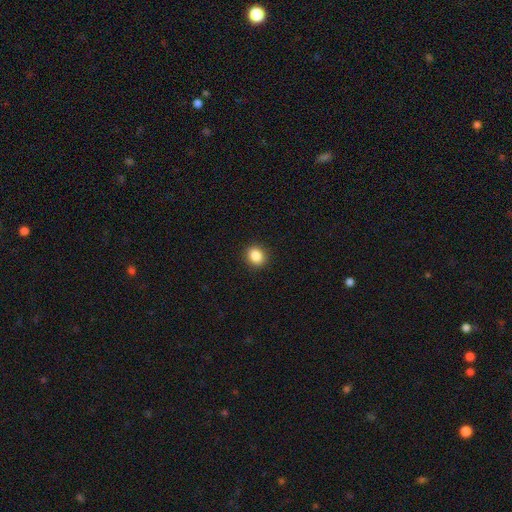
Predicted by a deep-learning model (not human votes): Morphology: type=smooth (86%); roundness=round (69%); merging=none (91%).